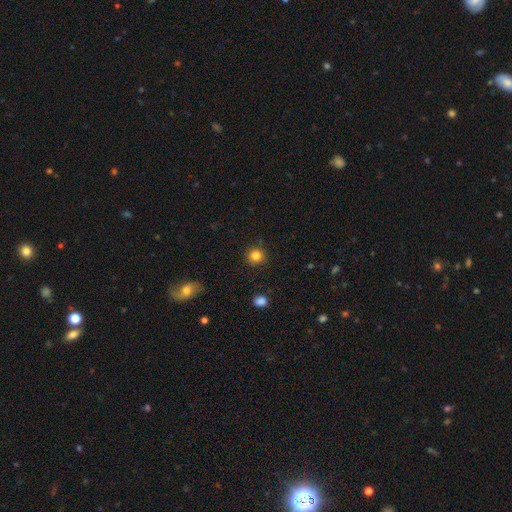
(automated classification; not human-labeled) Smooth or featured? smooth (83%)
How rounded? round (92%)
Merging? none (89%)